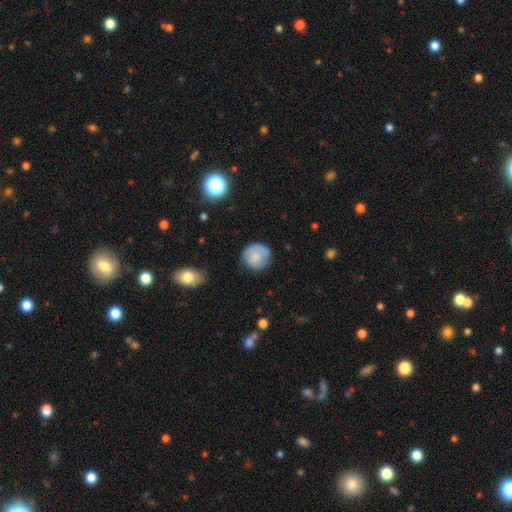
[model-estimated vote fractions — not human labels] Smooth or featured: smooth — 77% (featured or disk — 15%)
How rounded: round — 89% (in between — 10%)
Merging: none — 72% (minor disturbance — 20%)